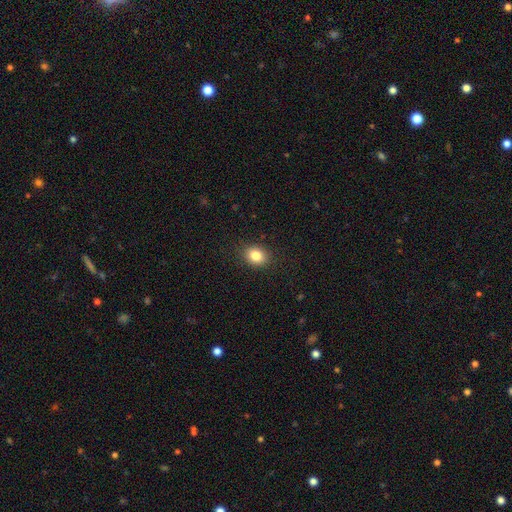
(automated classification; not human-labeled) Smooth or featured?
  - smooth: 84% *
  - star or artifact: 10%
  - featured or disk: 6%
How rounded?
  - in between: 50% *
  - round: 49%
  - cigar-shaped: 1%
Merging?
  - none: 88% *
  - minor disturbance: 8%
  - major disturbance: 2%
  - merger: 1%